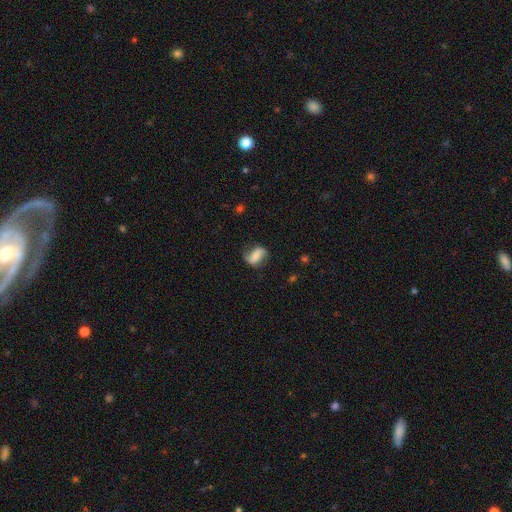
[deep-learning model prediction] smooth-or-featured: featured or disk: 56% | smooth: 35% | star or artifact: 9%
  disk-edge-on: no: 96% | yes: 4%
    bar: strong: 36% | weak: 34% | no: 30%
    has-spiral-arms: yes: 89% | no: 11%
    bulge-size: none: 33% | small: 25% | moderate: 22% | large: 14% | dominant: 5%
  merging: none: 66% | minor disturbance: 21% | major disturbance: 11% | merger: 2%